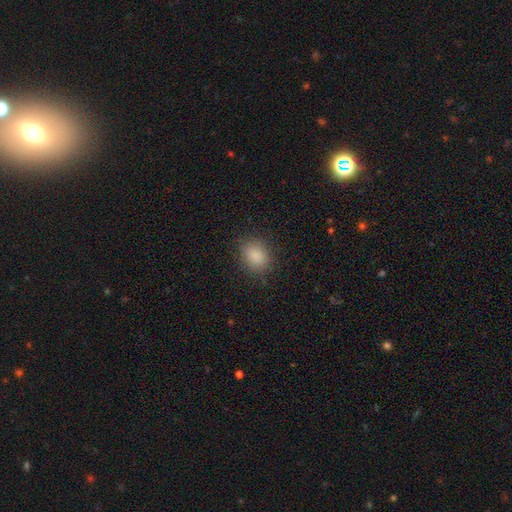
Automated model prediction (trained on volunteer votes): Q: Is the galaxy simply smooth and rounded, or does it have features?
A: smooth — 86%.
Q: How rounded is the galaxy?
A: in between — 54%.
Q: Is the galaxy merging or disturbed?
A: none — 85%.